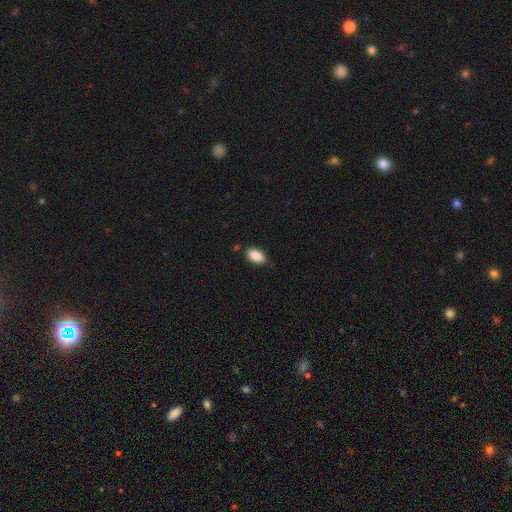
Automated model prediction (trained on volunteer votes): Smooth or featured? smooth (88%)
How rounded? in between (93%)
Merging? none (75%)